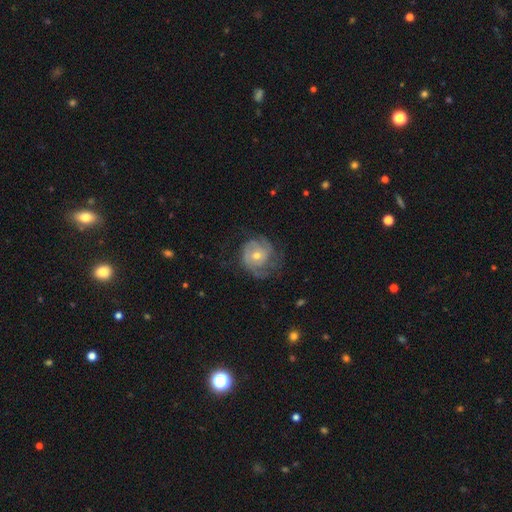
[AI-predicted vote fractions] A featured or disk galaxy (77%) with no bar (75%), 2 (32%) tight (61%) spiral arms (90%) and a moderate central bulge (55%).

Vote fractions:
- Smooth or featured? featured or disk: 77% / smooth: 16% / star or artifact: 7%
- Edge-on disk? no: 97% / yes: 3%
- Bar? no: 75% / weak: 20% / strong: 5%
- Spiral arms? yes: 90% / no: 10%
- Spiral winding? tight: 61% / medium: 30% / loose: 9%
- Spiral arm count? 2: 32% / can't tell: 29% / 3: 23% / 1: 6% / 4: 5% / more than 4: 4%
- Bulge size? moderate: 55% / small: 41% / large: 2% / none: 1% / dominant: 1%
- Merging? none: 64% / minor disturbance: 21% / major disturbance: 14% / merger: 1%